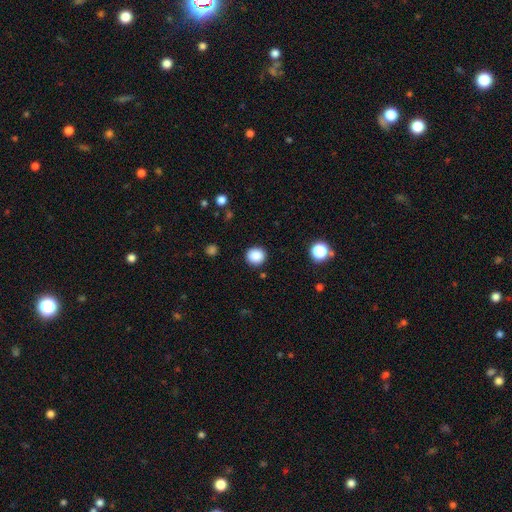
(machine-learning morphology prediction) smooth_or_featured: smooth (p=0.87) [alt: star or artifact p=0.10]
how_rounded: round (p=0.90) [alt: in between p=0.09]
merging: none (p=0.91) [alt: minor disturbance p=0.06]